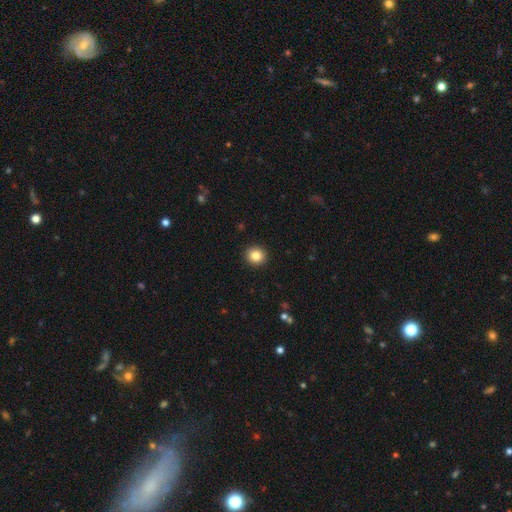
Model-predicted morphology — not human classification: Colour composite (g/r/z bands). It shows a smooth galaxy with no disk features (85%) that is round (90%). Merging: none (93%).